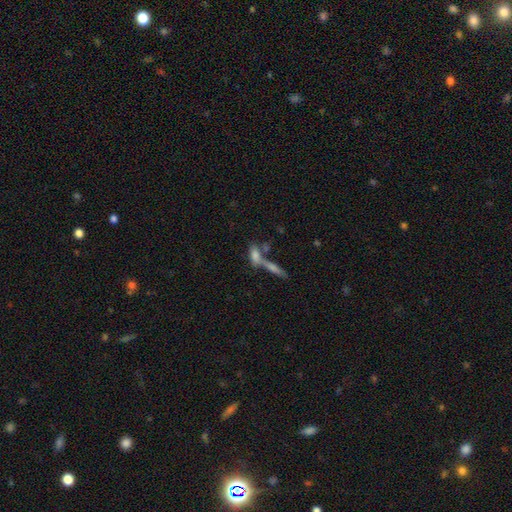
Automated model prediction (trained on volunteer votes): A smooth galaxy with no disk features (64%) that is in between round and cigar-shaped (54%). Merging: merger (50%).